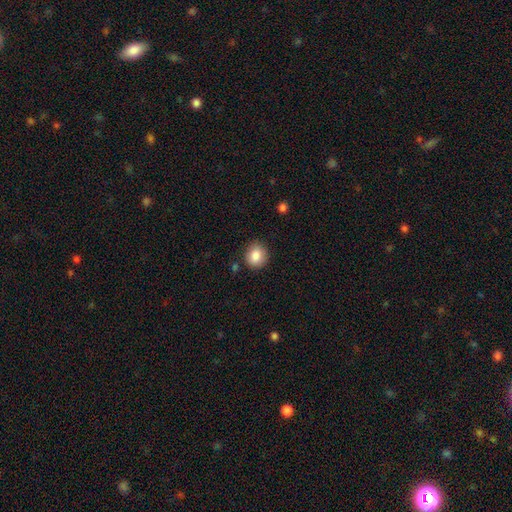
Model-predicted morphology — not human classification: This appears to be a smooth galaxy with no disk features (86%) that is round (82%). Merging: none (85%).